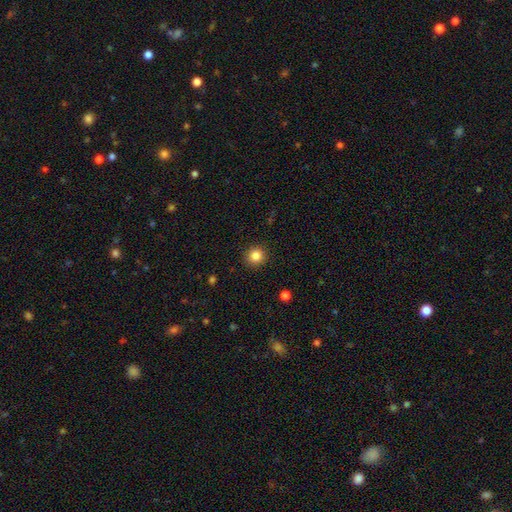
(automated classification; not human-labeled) This is clearly a smooth galaxy (85%). How rounded: clearly round (92%). Merging: clearly none (91%).